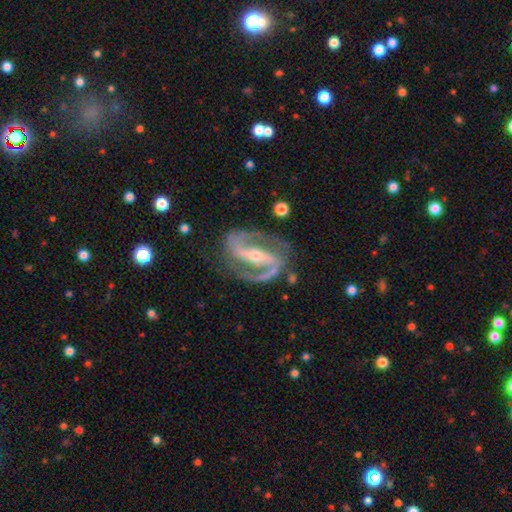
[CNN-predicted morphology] Smooth or featured? Predicted: featured or disk (p=0.93). Edge-on disk? Predicted: no (p=0.97). Bar? Predicted: strong (p=0.66). Spiral arms? Predicted: yes (p=0.98). Spiral winding? Predicted: medium (p=0.59). Spiral arm count? Predicted: 2 (p=0.93). Bulge size? Predicted: small (p=0.51). Merging? Predicted: none (p=0.80).